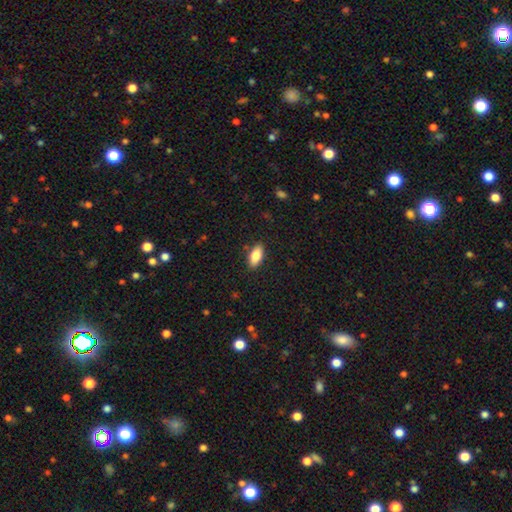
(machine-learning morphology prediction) Smooth or featured? smooth (82%)
How rounded? in between (88%)
Merging? none (87%)